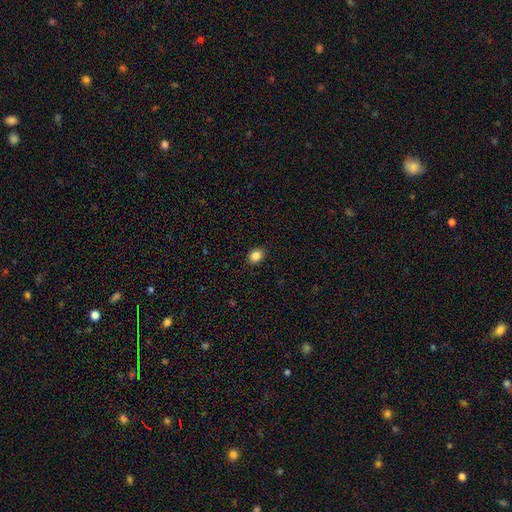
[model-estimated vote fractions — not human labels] Smooth or featured? Predicted: smooth (p=0.86). How rounded? Predicted: in between (p=0.60). Merging? Predicted: none (p=0.89).